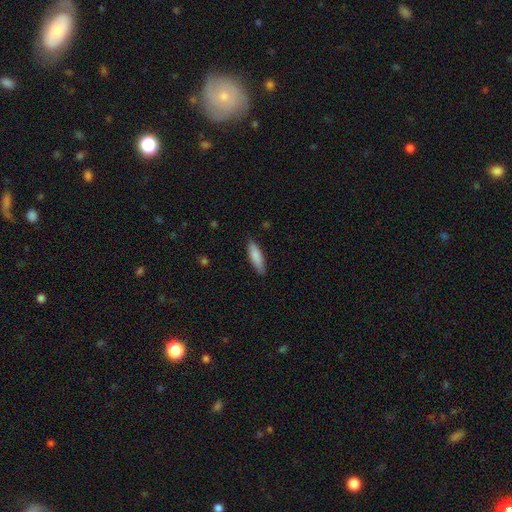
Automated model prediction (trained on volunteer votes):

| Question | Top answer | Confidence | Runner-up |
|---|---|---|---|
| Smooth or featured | smooth | 85% | featured or disk (10%) |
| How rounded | cigar-shaped | 63% | in between (35%) |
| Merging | none | 85% | minor disturbance (12%) |